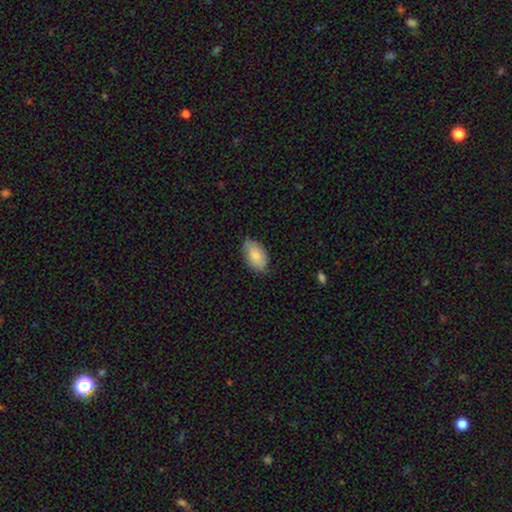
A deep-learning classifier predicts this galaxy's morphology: smooth 82%, featured or disk 12%, star or artifact 6%. Down the decision tree: how rounded — in between (94%); merging — none (72%).